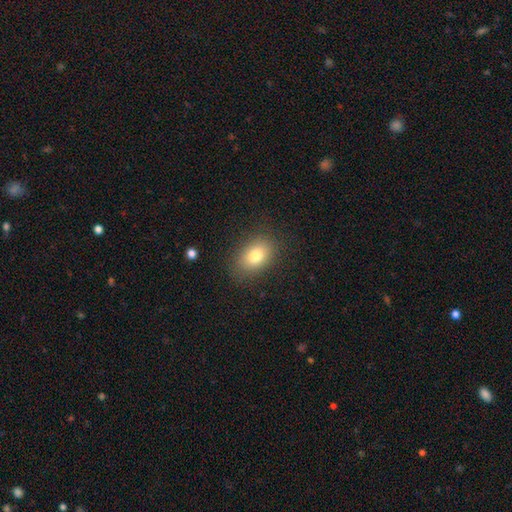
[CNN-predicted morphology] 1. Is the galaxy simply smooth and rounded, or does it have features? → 78% smooth, 11% featured or disk, 11% star or artifact.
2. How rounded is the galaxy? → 77% in between, 22% round, 1% cigar-shaped.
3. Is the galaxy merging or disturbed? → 84% none, 11% minor disturbance, 4% major disturbance, 1% merger.